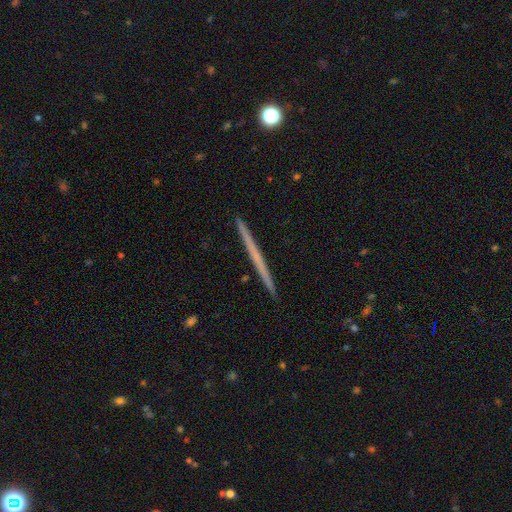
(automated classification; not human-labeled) smooth_or_featured: featured or disk (p=0.55) [alt: smooth p=0.39]
disk_edge_on: yes (p=0.98) [alt: no p=0.02]
edge_on_bulge: none (p=0.92) [alt: rounded p=0.06]
merging: none (p=0.93) [alt: minor disturbance p=0.04]